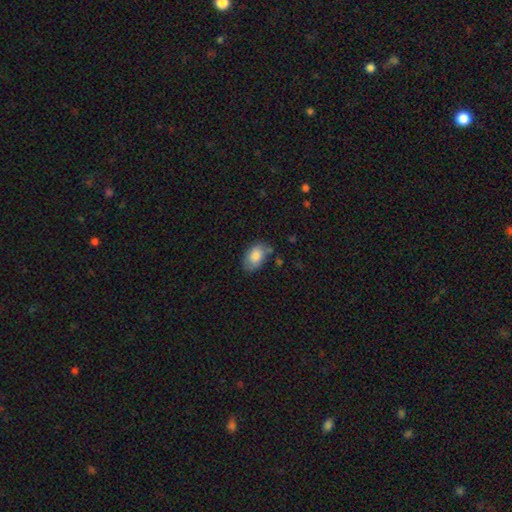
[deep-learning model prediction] This appears to be a smooth galaxy with no disk features (84%) that is in between round and cigar-shaped (90%). Merging: none (70%).